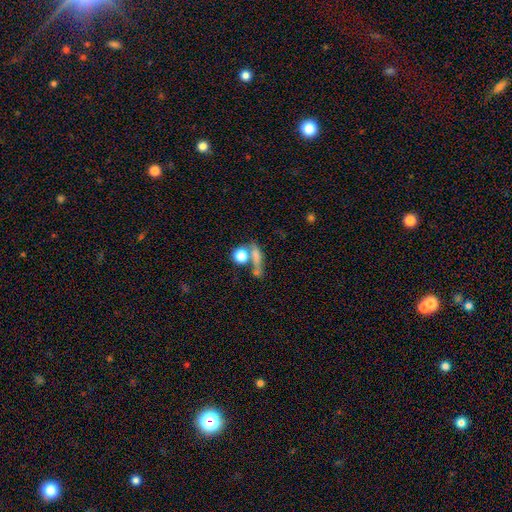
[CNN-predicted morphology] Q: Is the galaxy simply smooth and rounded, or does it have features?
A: smooth — 68%.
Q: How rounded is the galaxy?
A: round — 40%.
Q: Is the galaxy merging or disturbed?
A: none — 43%.